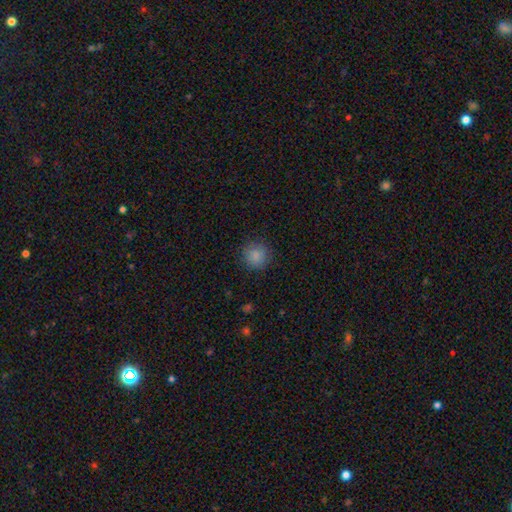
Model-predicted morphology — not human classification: smooth 87%, star or artifact 9%, featured or disk 4%. Down the decision tree: how rounded — round (93%); merging — none (88%).